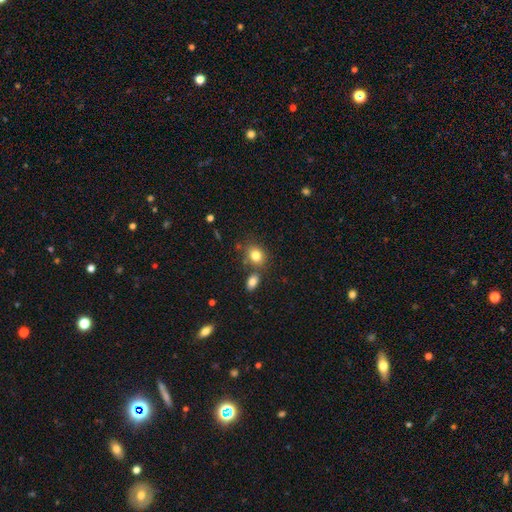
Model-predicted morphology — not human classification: type=smooth (82%); roundness=round (50%); merging=none (66%).